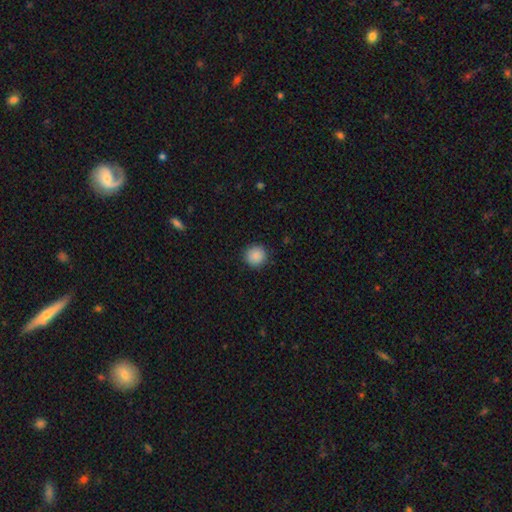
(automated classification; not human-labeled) Smooth or featured? smooth (88%)
How rounded? round (93%)
Merging? none (90%)